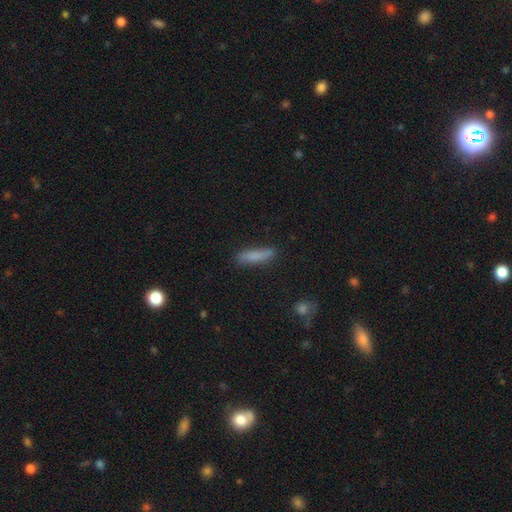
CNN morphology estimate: Smooth or featured? Predicted: smooth (p=0.80). How rounded? Predicted: cigar-shaped (p=0.81). Merging? Predicted: none (p=0.82).